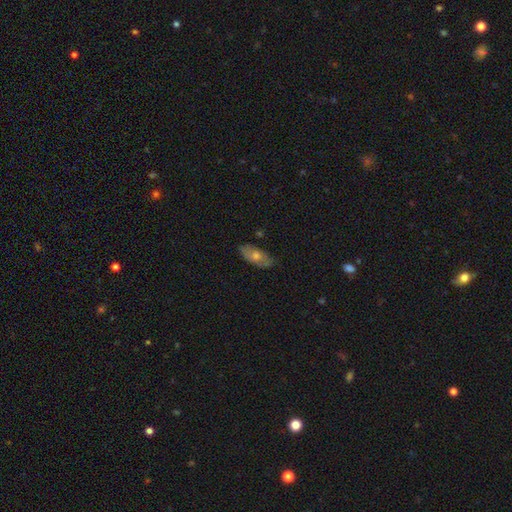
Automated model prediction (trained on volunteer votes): Q: Smooth or featured?
A: smooth (50%); runner-up: featured or disk (42%)
Q: Merging?
A: none (79%); runner-up: minor disturbance (16%)